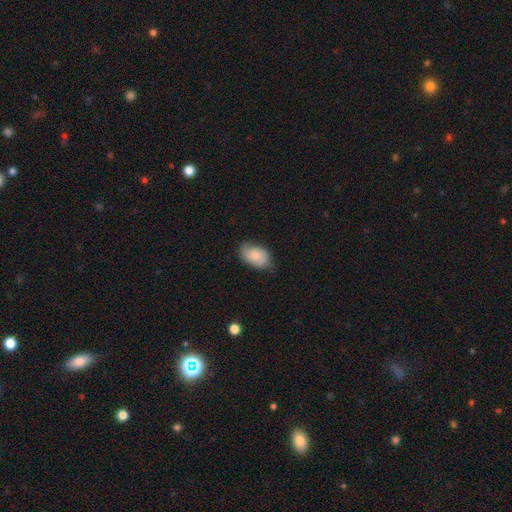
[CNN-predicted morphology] This is likely a smooth galaxy (60%). How rounded: clearly in between (87%). Merging: likely none (64%).